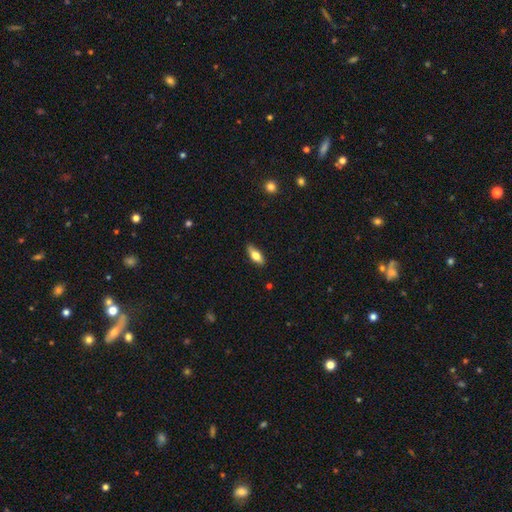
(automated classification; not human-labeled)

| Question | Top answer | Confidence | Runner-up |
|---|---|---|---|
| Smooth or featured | smooth | 70% | featured or disk (24%) |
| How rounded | in between | 75% | cigar-shaped (22%) |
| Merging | none | 86% | minor disturbance (11%) |